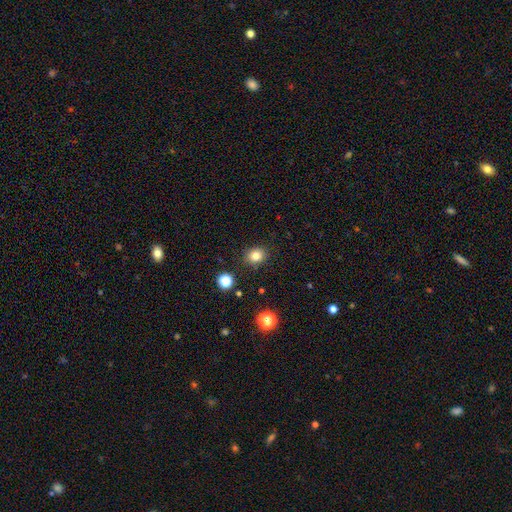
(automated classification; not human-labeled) Smooth or featured?
  - smooth: 81% *
  - star or artifact: 13%
  - featured or disk: 6%
How rounded?
  - round: 65% *
  - in between: 34%
  - cigar-shaped: 1%
Merging?
  - none: 88% *
  - minor disturbance: 8%
  - major disturbance: 2%
  - merger: 2%